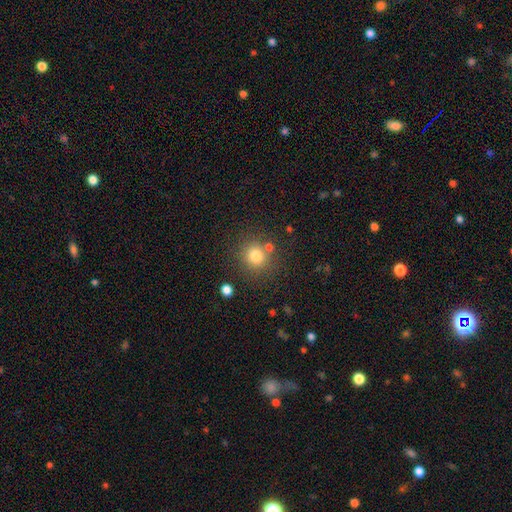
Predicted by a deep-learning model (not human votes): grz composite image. It shows a smooth galaxy with no disk features (79%) that is round (89%). Merging: none (78%).